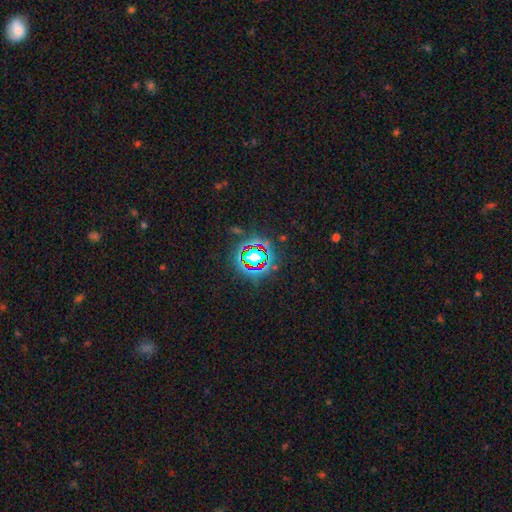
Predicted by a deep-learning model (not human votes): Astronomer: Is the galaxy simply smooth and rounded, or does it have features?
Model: star or artifact — 68%.